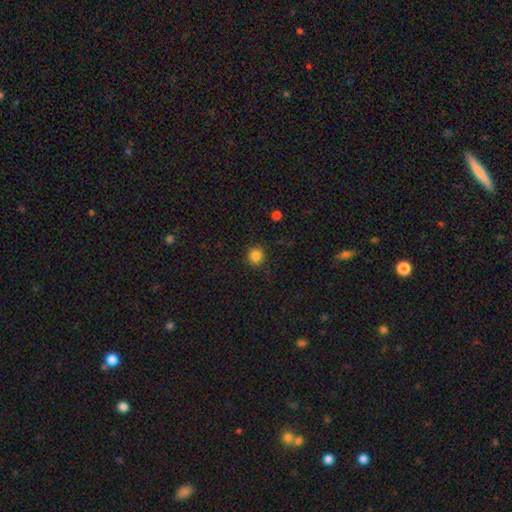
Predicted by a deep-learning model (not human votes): Overall: smooth (85%). How rounded: round (90%). Merging: none (89%).